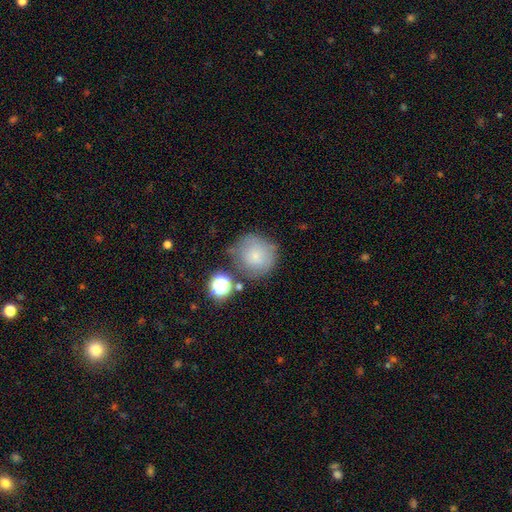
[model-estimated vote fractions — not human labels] Smooth or featured?
  - smooth: 71% *
  - featured or disk: 18%
  - star or artifact: 11%
How rounded?
  - round: 91% *
  - in between: 8%
  - cigar-shaped: 1%
Merging?
  - none: 59% *
  - minor disturbance: 21%
  - merger: 11%
  - major disturbance: 9%